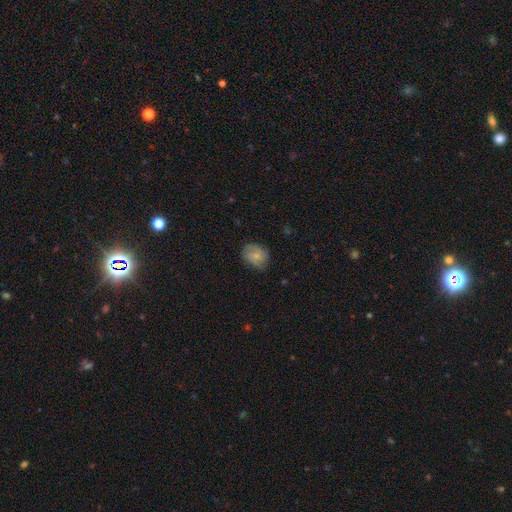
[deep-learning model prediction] smooth-or-featured: smooth: 67% | featured or disk: 25% | star or artifact: 8%
  how-rounded: round: 50% | in between: 49% | cigar-shaped: 1%
  merging: none: 65% | minor disturbance: 27% | major disturbance: 7% | merger: 1%